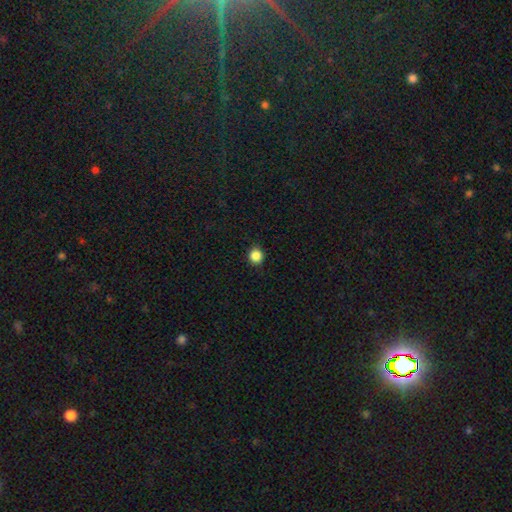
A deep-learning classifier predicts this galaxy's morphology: smooth 86%, star or artifact 11%, featured or disk 3%. Down the decision tree: how rounded — round (90%); merging — none (90%).